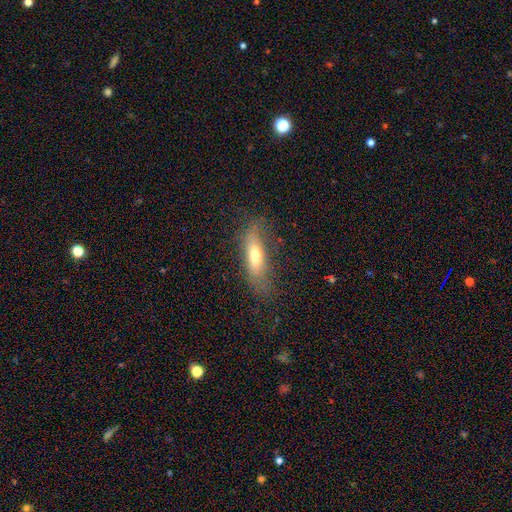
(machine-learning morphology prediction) Smooth or featured: smooth — 59% (featured or disk — 32%)
How rounded: cigar-shaped — 53% (in between — 44%)
Merging: none — 67% (minor disturbance — 21%)